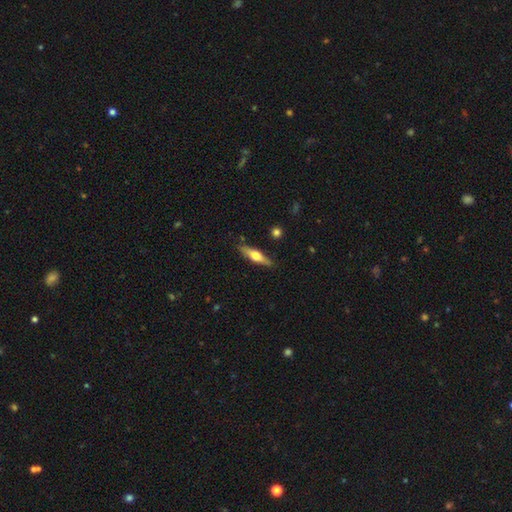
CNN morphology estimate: A featured or disk galaxy (49%). Merging: none (84%).